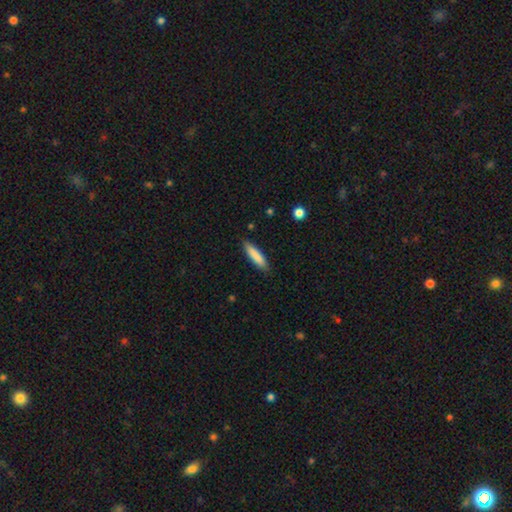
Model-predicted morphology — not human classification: A smooth galaxy with no disk features (83%) that is cigar-shaped (80%).

Vote fractions:
- Smooth or featured? smooth: 83% / featured or disk: 11% / star or artifact: 6%
- How rounded? cigar-shaped: 80% / in between: 18% / round: 1%
- Merging? none: 86% / minor disturbance: 11% / major disturbance: 2% / merger: 1%